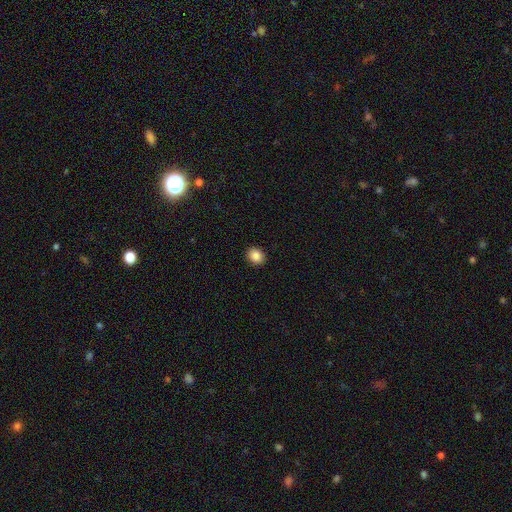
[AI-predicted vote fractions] Morphology: type=smooth (87%); roundness=round (67%); merging=none (92%).